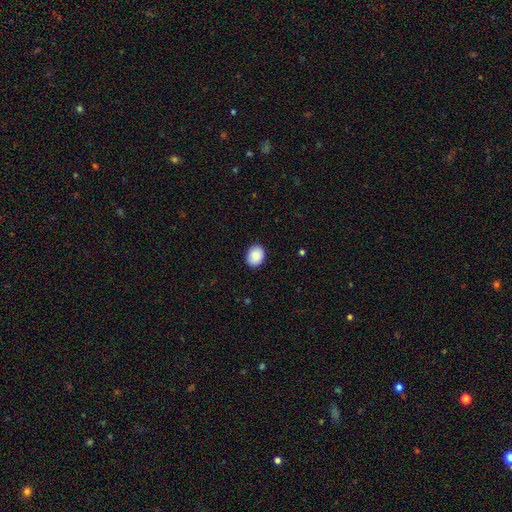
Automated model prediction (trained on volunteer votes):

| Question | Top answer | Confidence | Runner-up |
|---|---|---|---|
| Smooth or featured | smooth | 88% | star or artifact (7%) |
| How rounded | in between | 53% | round (47%) |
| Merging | none | 89% | minor disturbance (8%) |